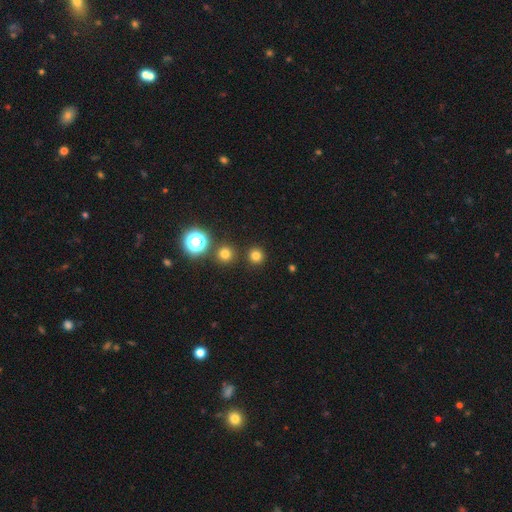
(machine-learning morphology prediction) A smooth galaxy with no disk features (75%) that is round (94%).

Vote fractions:
- Smooth or featured? smooth: 75% / star or artifact: 20% / featured or disk: 5%
- How rounded? round: 94% / in between: 5% / cigar-shaped: 1%
- Merging? none: 88% / minor disturbance: 5% / merger: 4% / major disturbance: 2%